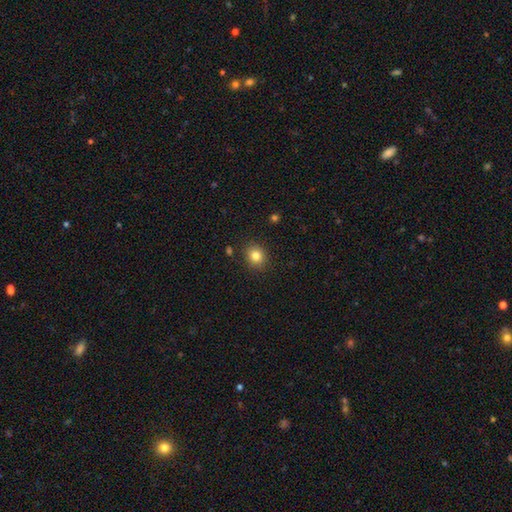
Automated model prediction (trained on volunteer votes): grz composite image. It shows a smooth galaxy with no disk features (82%) that is round (75%). Merging: none (88%).